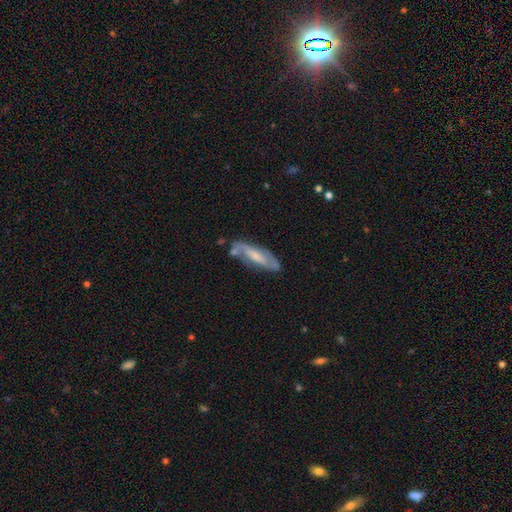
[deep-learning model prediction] Morphology: type=featured or disk (71%); edge-on=no (81%); bar=weak (42%); spiral arms=yes (89%); winding=medium (46%); arm count=2 (79%); bulge=small (40%); merging=none (67%).